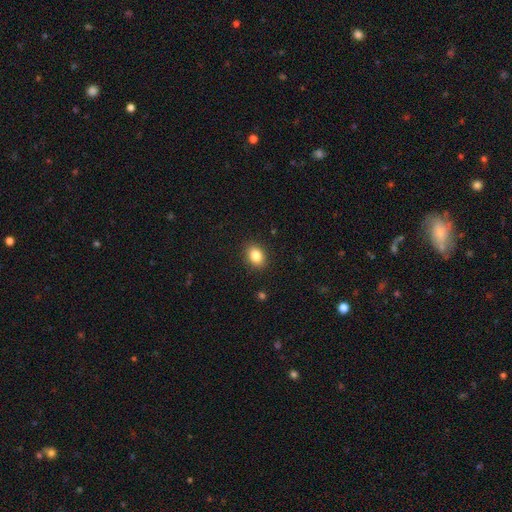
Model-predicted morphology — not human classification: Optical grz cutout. It shows a smooth galaxy with no disk features (85%) that is in between round and cigar-shaped (69%). Merging: none (89%).